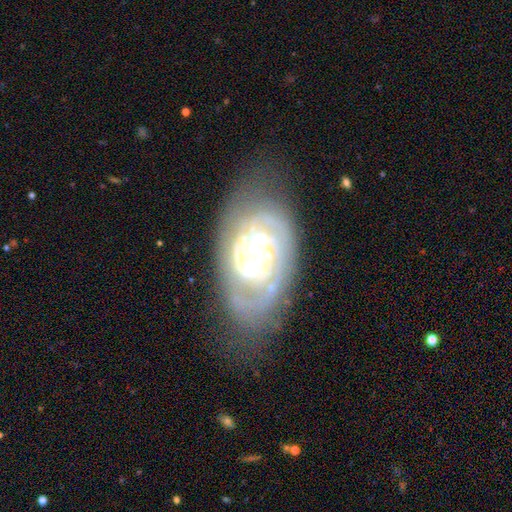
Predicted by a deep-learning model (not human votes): smooth-or-featured: featured or disk: 86% | smooth: 8% | star or artifact: 7%
  disk-edge-on: no: 97% | yes: 3%
    bar: weak: 43% | no: 34% | strong: 23%
    has-spiral-arms: yes: 95% | no: 5%
      spiral-winding: tight: 62% | medium: 31% | loose: 6%
      spiral-arm-count: 2: 34% | 3: 24% | can't tell: 23% | 4: 8% | 1: 5% | more than 4: 5%
    bulge-size: small: 39% | moderate: 35% | none: 13% | large: 11% | dominant: 2%
  merging: none: 64% | minor disturbance: 21% | major disturbance: 12% | merger: 2%